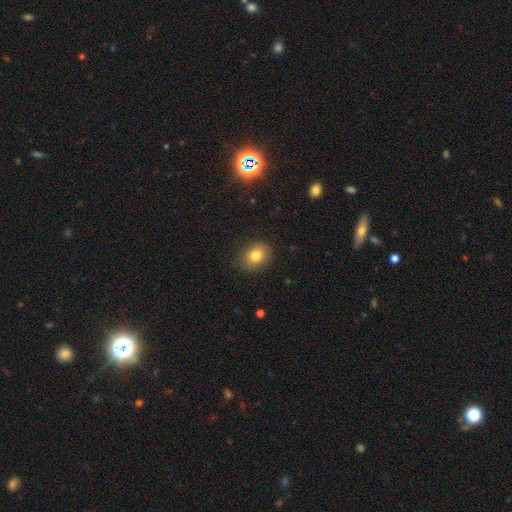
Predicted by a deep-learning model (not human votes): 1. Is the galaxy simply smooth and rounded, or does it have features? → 79% smooth, 11% star or artifact, 10% featured or disk.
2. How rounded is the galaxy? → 55% round, 44% in between, 1% cigar-shaped.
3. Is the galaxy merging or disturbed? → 88% none, 9% minor disturbance, 2% major disturbance, 1% merger.